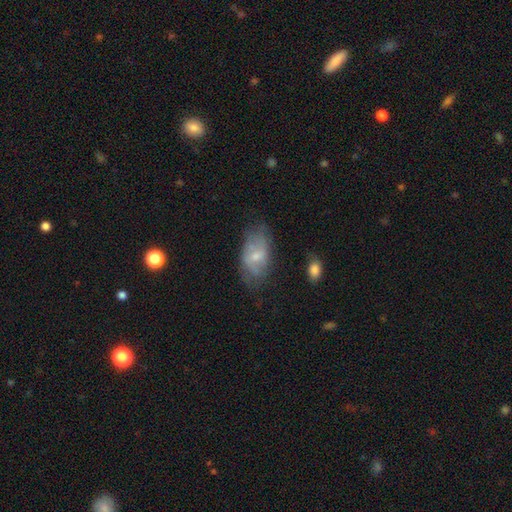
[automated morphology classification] The model was most divided on "smooth or featured": smooth: 47%, featured or disk: 45%, star or artifact: 8%. More confident: merging — none (62%).